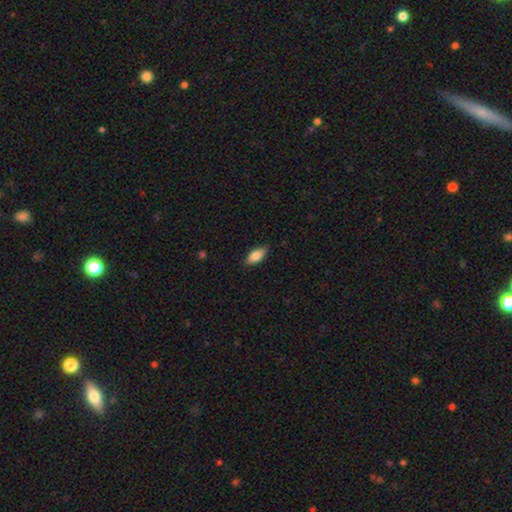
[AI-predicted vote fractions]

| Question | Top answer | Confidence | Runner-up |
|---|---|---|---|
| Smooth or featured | smooth | 82% | featured or disk (12%) |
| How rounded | in between | 84% | cigar-shaped (13%) |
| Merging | none | 86% | minor disturbance (11%) |